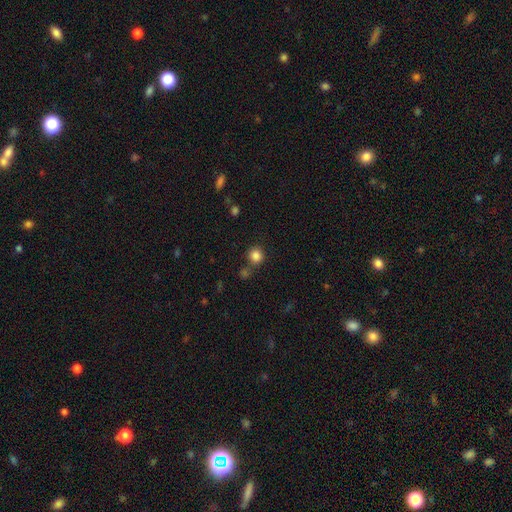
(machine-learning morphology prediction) This is clearly a smooth galaxy (84%). How rounded: clearly round (92%). Merging: likely none (77%).